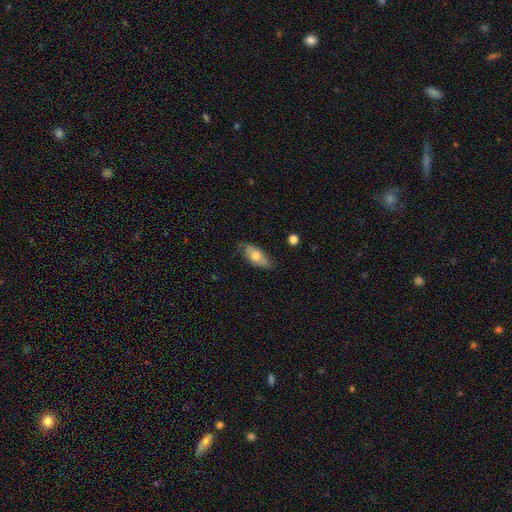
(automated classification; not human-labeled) Q: Smooth or featured?
A: smooth (66%); runner-up: featured or disk (28%)
Q: How rounded?
A: in between (88%); runner-up: cigar-shaped (8%)
Q: Merging?
A: none (70%); runner-up: minor disturbance (24%)